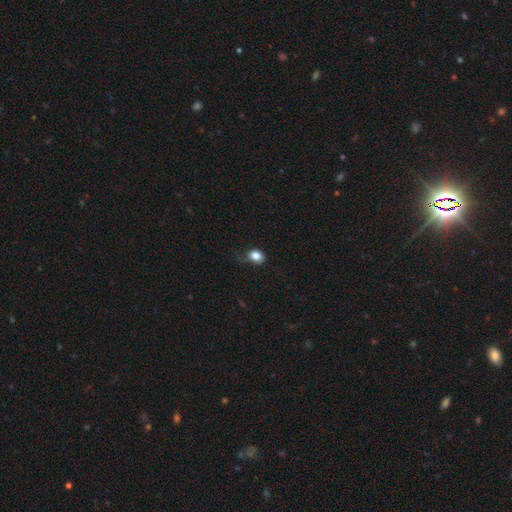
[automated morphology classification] type=smooth (82%); roundness=round (54%); merging=none (52%).